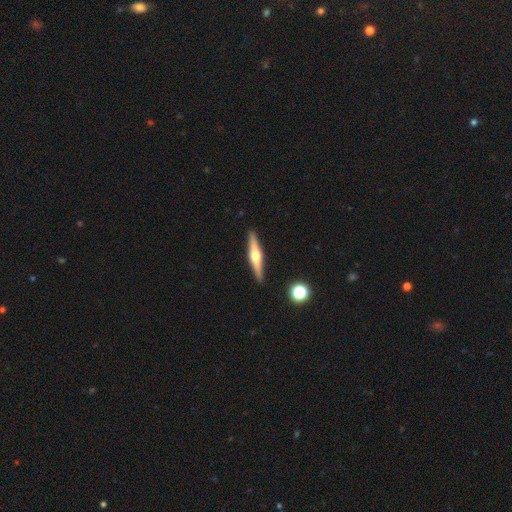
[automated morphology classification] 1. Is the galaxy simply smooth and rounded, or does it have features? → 67% featured or disk, 27% smooth, 6% star or artifact.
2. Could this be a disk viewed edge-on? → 97% yes, 3% no.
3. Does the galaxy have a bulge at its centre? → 93% rounded, 4% boxy, 3% none.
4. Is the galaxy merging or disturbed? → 91% none, 6% minor disturbance, 1% merger, 1% major disturbance.